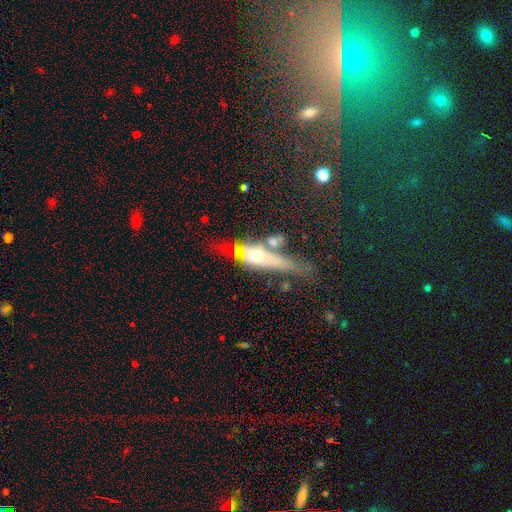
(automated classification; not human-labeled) featured or disk 58%, smooth 26%, star or artifact 15%. Down the decision tree: edge-on disk — yes (72%); merging — none (48%).